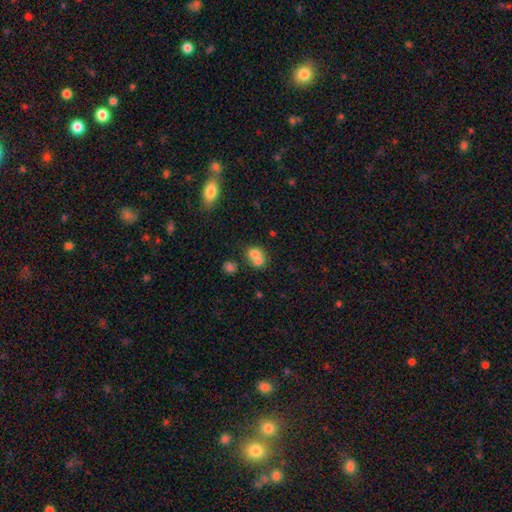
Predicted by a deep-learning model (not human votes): Smooth or featured? Predicted: smooth (p=0.72). How rounded? Predicted: round (p=0.65). Merging? Predicted: merger (p=0.63).